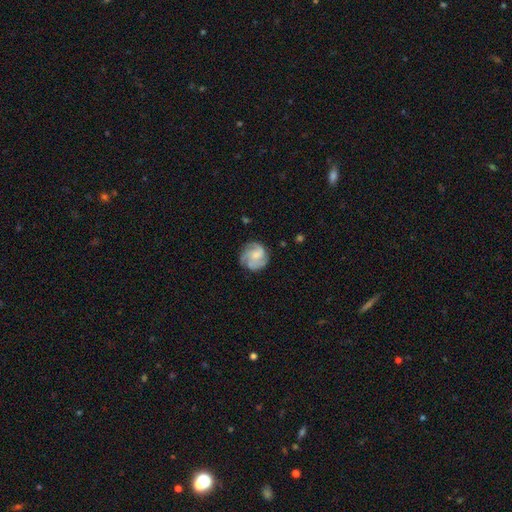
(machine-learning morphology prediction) Smooth or featured: featured or disk — 68% (smooth — 25%)
Edge-on disk: no — 98% (yes — 2%)
Bar: no — 69% (weak — 27%)
Spiral arms: yes — 92% (no — 8%)
Spiral winding: medium — 45% (tight — 39%)
Spiral arm count: 3 — 48% (4 — 21%)
Bulge size: small — 44% (moderate — 37%)
Merging: none — 75% (minor disturbance — 17%)